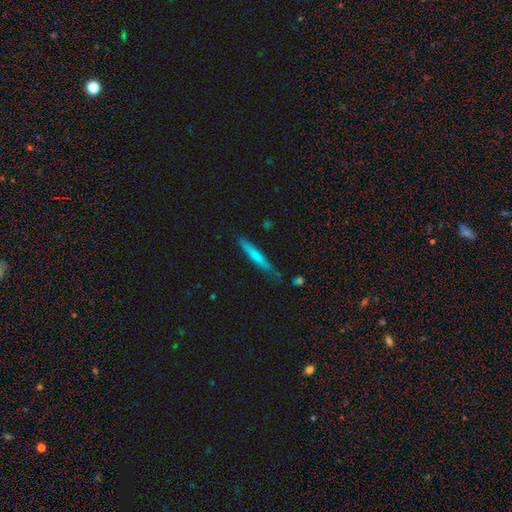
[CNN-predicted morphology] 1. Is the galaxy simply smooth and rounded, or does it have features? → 65% smooth, 29% featured or disk, 6% star or artifact.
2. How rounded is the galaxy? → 94% cigar-shaped, 5% in between, 1% round.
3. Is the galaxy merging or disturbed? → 75% none, 19% minor disturbance, 4% major disturbance, 2% merger.